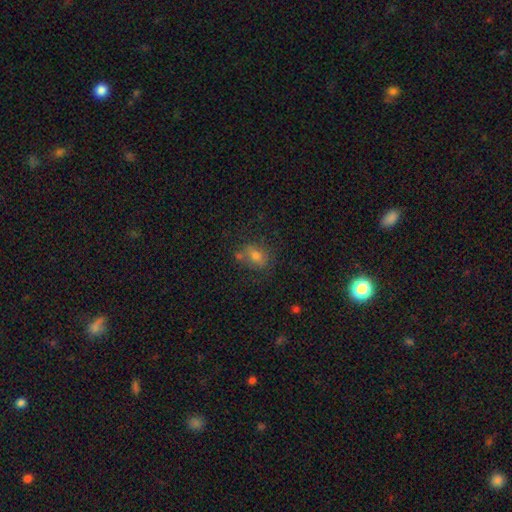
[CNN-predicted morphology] type=smooth (65%); roundness=in between (64%); merging=none (62%).